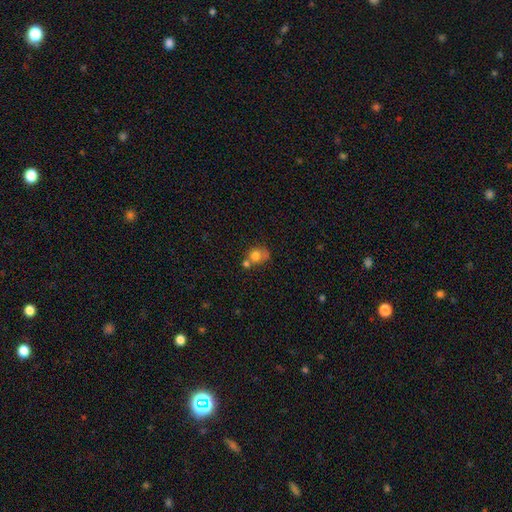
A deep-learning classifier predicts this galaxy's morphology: Smooth or featured? Predicted: smooth (p=0.75). How rounded? Predicted: round (p=0.74). Merging? Predicted: merger (p=0.40).